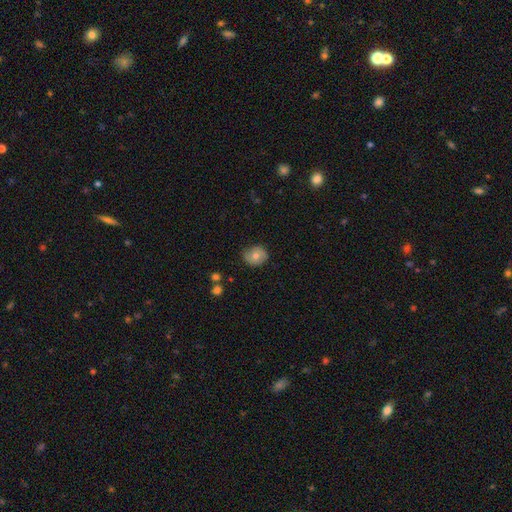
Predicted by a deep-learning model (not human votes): Q: Smooth or featured?
A: smooth (57%); runner-up: featured or disk (34%)
Q: How rounded?
A: round (71%); runner-up: in between (28%)
Q: Merging?
A: none (74%); runner-up: minor disturbance (21%)